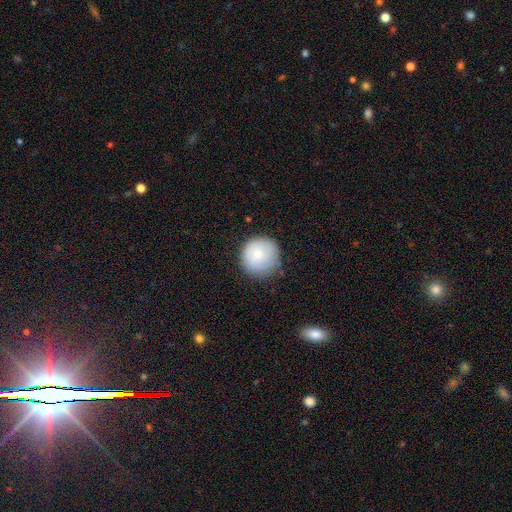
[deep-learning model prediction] A smooth galaxy with no disk features (78%) that is round (95%).

Vote fractions:
- Smooth or featured? smooth: 78% / featured or disk: 14% / star or artifact: 7%
- How rounded? round: 95% / in between: 5% / cigar-shaped: 1%
- Merging? none: 78% / minor disturbance: 17% / major disturbance: 4% / merger: 2%